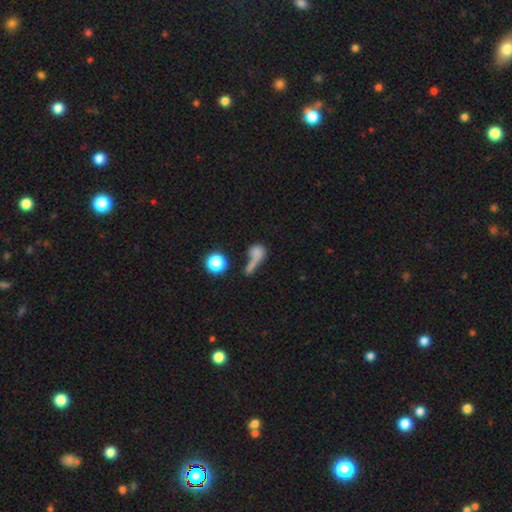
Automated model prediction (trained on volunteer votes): This is likely a smooth galaxy (68%). How rounded: possibly round (52%). Merging: marginally merger (39%).